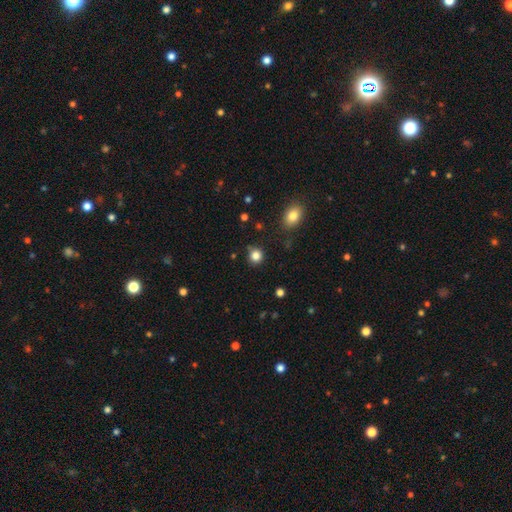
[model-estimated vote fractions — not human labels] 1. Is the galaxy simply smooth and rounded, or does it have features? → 84% smooth, 12% star or artifact, 4% featured or disk.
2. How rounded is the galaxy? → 88% round, 11% in between, 1% cigar-shaped.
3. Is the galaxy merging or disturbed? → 83% none, 12% minor disturbance, 3% major disturbance, 2% merger.